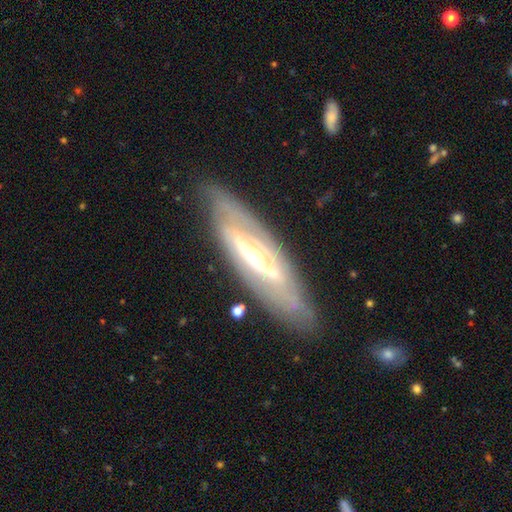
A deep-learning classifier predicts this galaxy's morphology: The model was most divided on "bulge size": small: 49%, moderate: 46%, large: 3%, none: 1%, dominant: 1%. Remaining: merging — none (81%); smooth or featured — featured or disk (79%); edge-on disk — no (73%); spiral arms — yes (69%); bar — strong (36%).